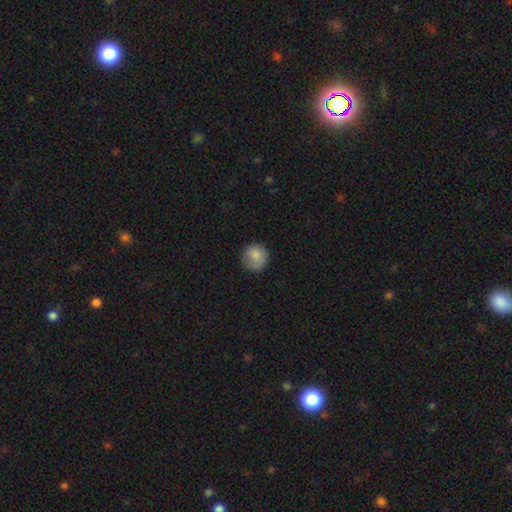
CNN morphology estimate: A smooth galaxy with no disk features (84%) that is round (91%). Merging: none (79%).